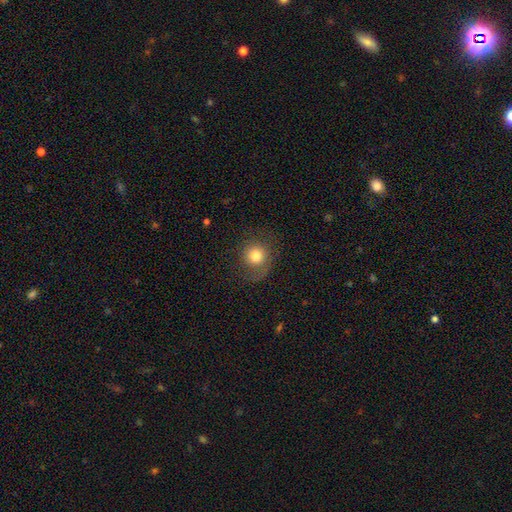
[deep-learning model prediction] Morphology: type=smooth (74%); roundness=round (87%); merging=none (70%).